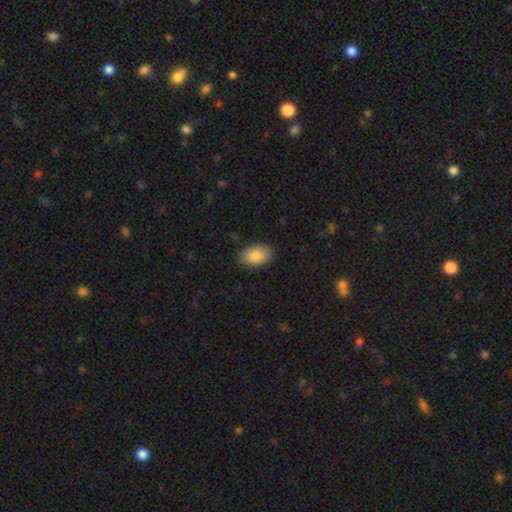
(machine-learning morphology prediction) Overall: smooth (87%). How rounded: in between (92%). Merging: none (87%).